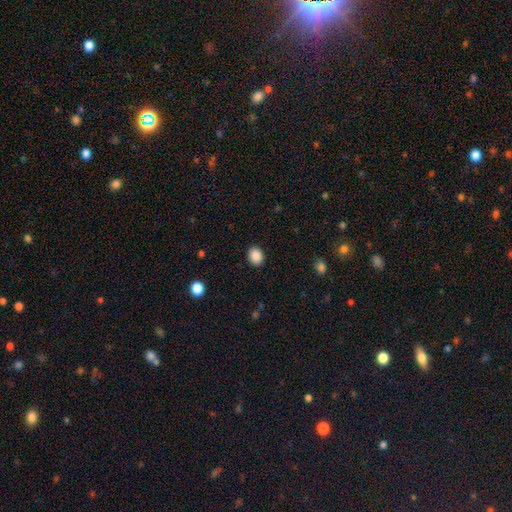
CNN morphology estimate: The model was most divided on "how rounded": in between: 53%, round: 46%, cigar-shaped: 1%. More confident: merging — none (90%); smooth or featured — smooth (89%).